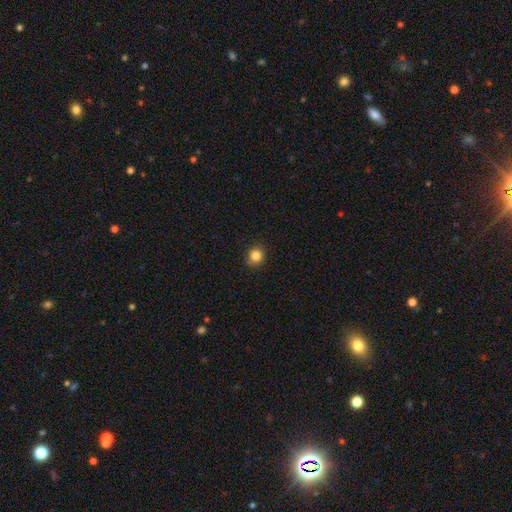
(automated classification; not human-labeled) This appears to be a smooth galaxy with no disk features (84%) that is round (82%). Merging: none (83%).